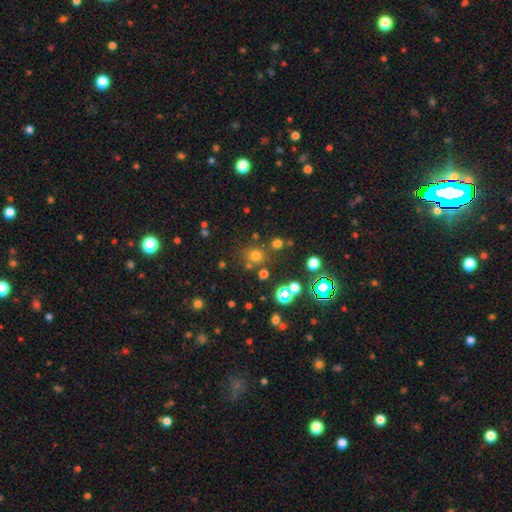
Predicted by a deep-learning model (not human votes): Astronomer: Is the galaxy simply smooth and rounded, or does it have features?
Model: smooth — 66%.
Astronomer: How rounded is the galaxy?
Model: round — 88%.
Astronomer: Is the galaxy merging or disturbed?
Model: none — 76%.